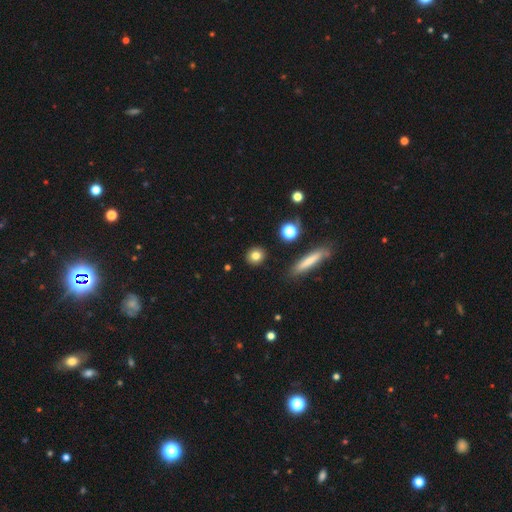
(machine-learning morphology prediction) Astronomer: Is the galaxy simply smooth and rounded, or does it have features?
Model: smooth — 81%.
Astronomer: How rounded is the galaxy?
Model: round — 80%.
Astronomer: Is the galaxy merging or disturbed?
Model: none — 90%.